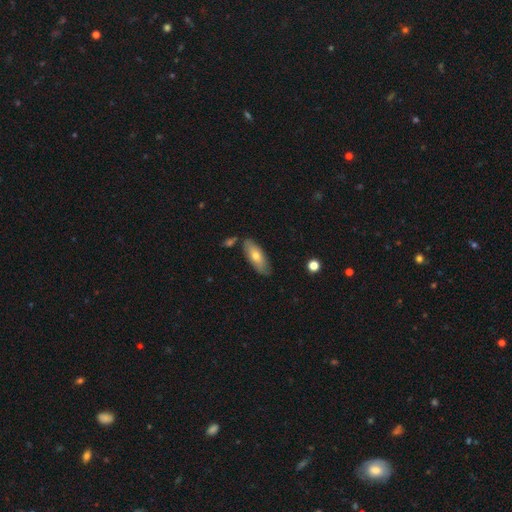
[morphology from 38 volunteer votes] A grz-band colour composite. It shows a smooth galaxy with no disk features (61%) that is in between round and cigar-shaped (70%). Merging: none (83%).